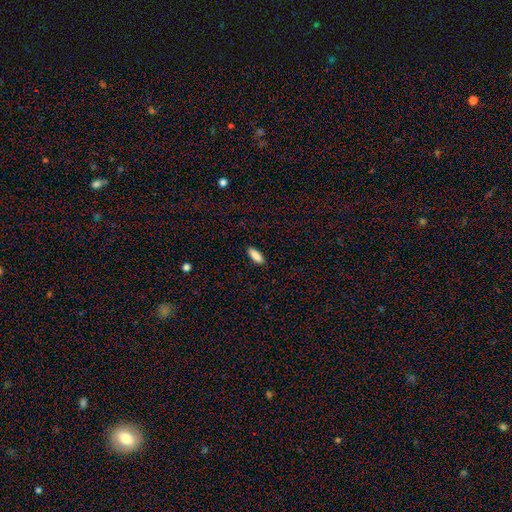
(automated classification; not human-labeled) Smooth or featured? Predicted: smooth (p=0.88). How rounded? Predicted: in between (p=0.64). Merging? Predicted: none (p=0.90).